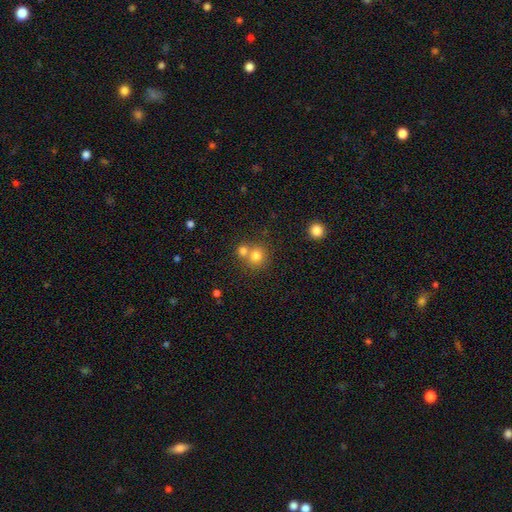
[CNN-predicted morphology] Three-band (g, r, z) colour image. It shows a smooth galaxy with no disk features (77%) that is round (86%). Merging: none (51%).